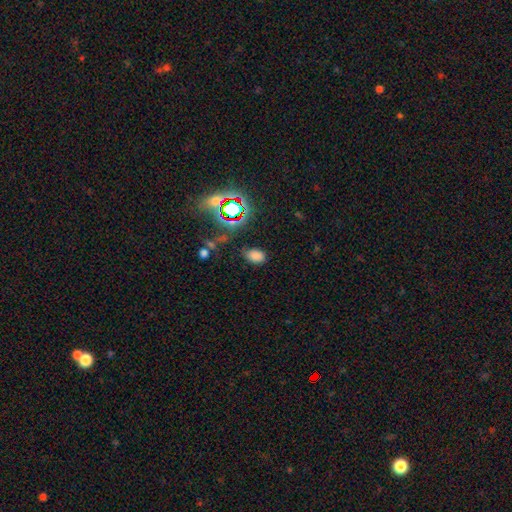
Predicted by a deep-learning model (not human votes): smooth_or_featured: smooth (p=0.72) [alt: star or artifact p=0.22]
how_rounded: in between (p=0.87) [alt: round p=0.12]
merging: none (p=0.81) [alt: minor disturbance p=0.13]